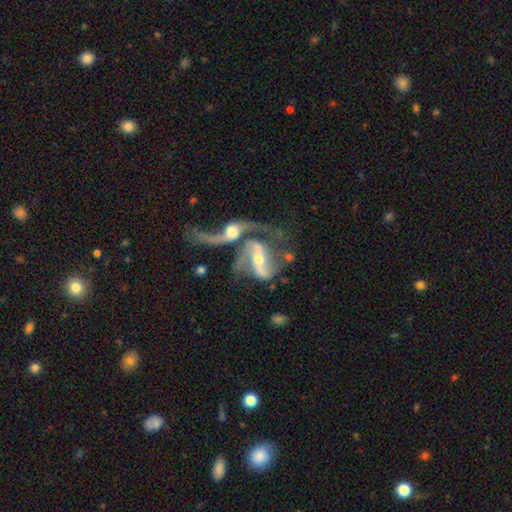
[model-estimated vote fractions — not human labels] Smooth or featured? featured or disk (79%)
Edge-on disk? no (94%)
Bar? weak (39%)
Spiral arms? yes (85%)
Spiral winding? loose (40%)
Spiral arm count? 2 (56%)
Bulge size? moderate (50%)
Merging? merger (59%)